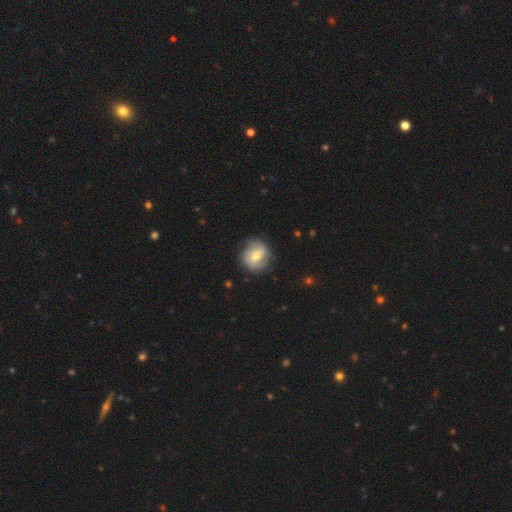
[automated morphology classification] smooth_or_featured: featured or disk (p=0.60) [alt: smooth p=0.34]
disk_edge_on: no (p=0.97) [alt: yes p=0.03]
bar: weak (p=0.49) [alt: no p=0.34]
has_spiral_arms: yes (p=0.85) [alt: no p=0.15]
bulge_size: moderate (p=0.57) [alt: small p=0.36]
merging: none (p=0.80) [alt: minor disturbance p=0.14]